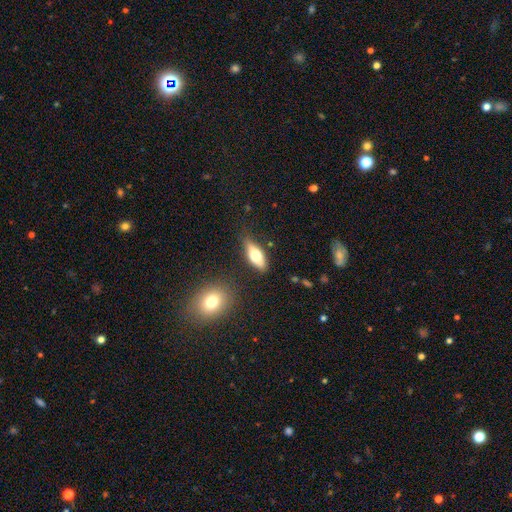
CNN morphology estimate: smooth_or_featured: smooth (p=0.65) [alt: featured or disk p=0.28]
how_rounded: in between (p=0.71) [alt: cigar-shaped p=0.26]
merging: none (p=0.78) [alt: minor disturbance p=0.15]